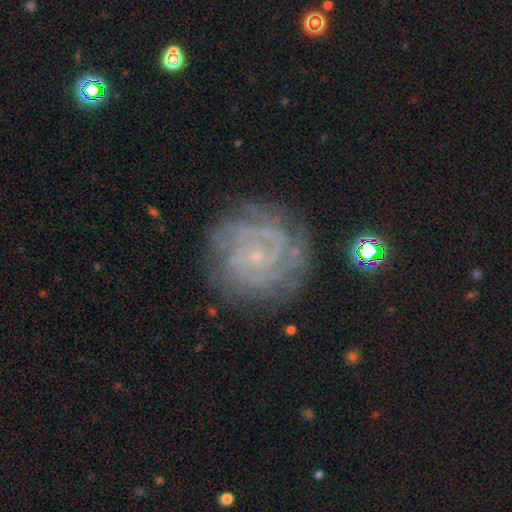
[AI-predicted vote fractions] Smooth or featured? Predicted: featured or disk (p=0.83). Edge-on disk? Predicted: no (p=0.98). Bar? Predicted: no (p=0.75). Spiral arms? Predicted: yes (p=0.96). Spiral winding? Predicted: tight (p=0.77). Spiral arm count? Predicted: can't tell (p=0.28). Bulge size? Predicted: small (p=0.85). Merging? Predicted: none (p=0.79).